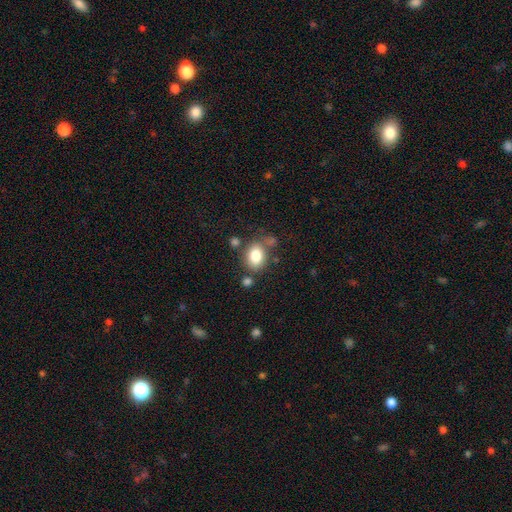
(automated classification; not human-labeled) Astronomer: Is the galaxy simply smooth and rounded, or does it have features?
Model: smooth — 82%.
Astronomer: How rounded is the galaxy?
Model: in between — 65%.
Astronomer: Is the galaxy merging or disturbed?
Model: none — 66%.